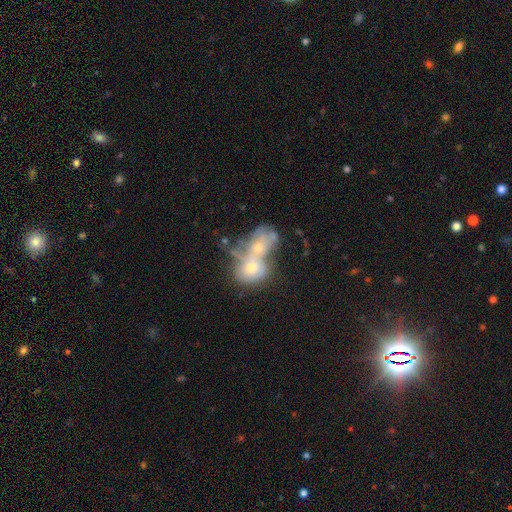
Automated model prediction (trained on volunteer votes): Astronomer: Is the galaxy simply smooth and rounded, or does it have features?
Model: featured or disk — 40% (runner-up: smooth, 38%).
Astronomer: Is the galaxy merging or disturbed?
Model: merger — 73%.